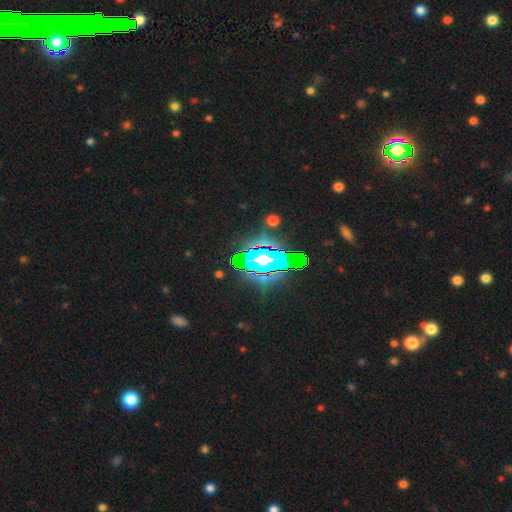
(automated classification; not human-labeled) Smooth or featured? star or artifact (67%)